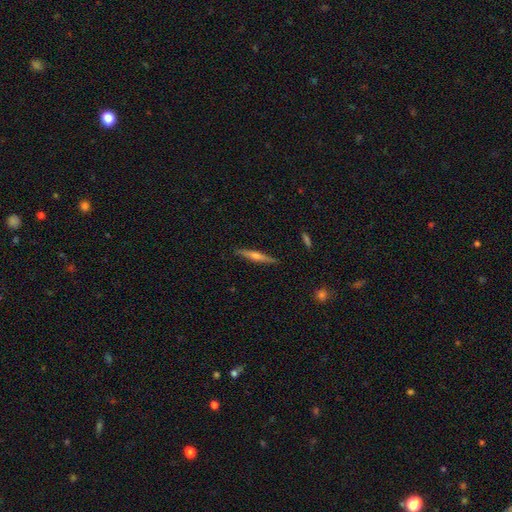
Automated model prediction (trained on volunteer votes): This is likely a featured or disk galaxy (64%). It is clearly viewed edge-on (97%). Edge-on bulge: clearly rounded (82%). Merging: clearly none (90%).